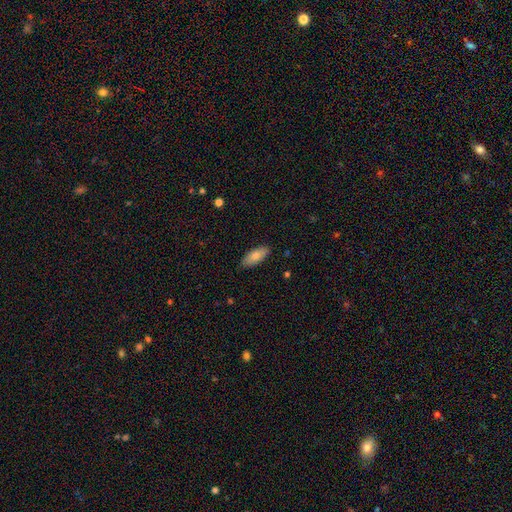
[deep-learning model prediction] Q: Smooth or featured?
A: smooth (80%); runner-up: featured or disk (14%)
Q: How rounded?
A: in between (81%); runner-up: cigar-shaped (17%)
Q: Merging?
A: none (85%); runner-up: minor disturbance (12%)